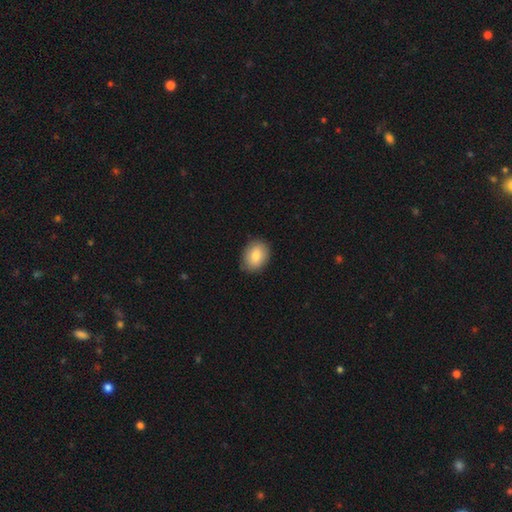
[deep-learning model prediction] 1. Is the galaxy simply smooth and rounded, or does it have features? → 80% smooth, 12% featured or disk, 7% star or artifact.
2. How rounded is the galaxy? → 61% in between, 38% round, 1% cigar-shaped.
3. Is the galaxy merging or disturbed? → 84% none, 13% minor disturbance, 2% major disturbance, 1% merger.